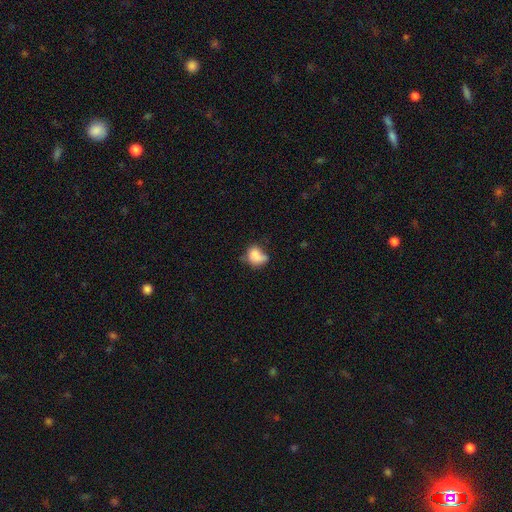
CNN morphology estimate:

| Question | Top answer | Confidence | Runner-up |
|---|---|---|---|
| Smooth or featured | smooth | 75% | featured or disk (15%) |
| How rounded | in between | 61% | round (37%) |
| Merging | minor disturbance | 32% | none (31%) |